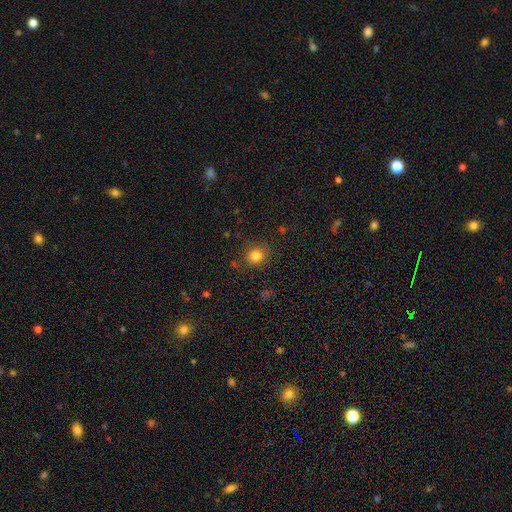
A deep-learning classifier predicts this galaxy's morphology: smooth 83%, star or artifact 12%, featured or disk 5%. Down the decision tree: how rounded — round (89%); merging — none (84%).